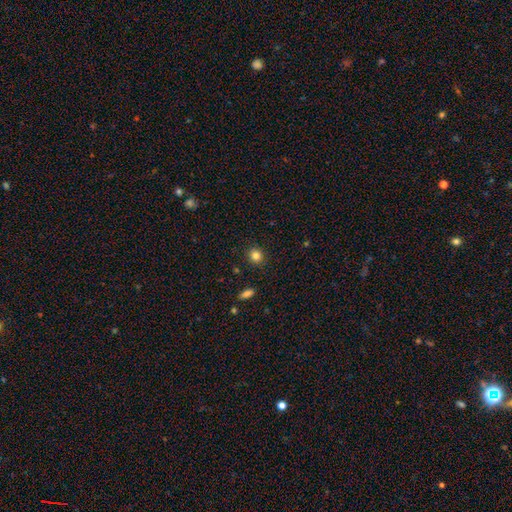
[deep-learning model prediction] This is clearly a smooth galaxy (83%). How rounded: clearly round (85%). Merging: clearly none (91%).